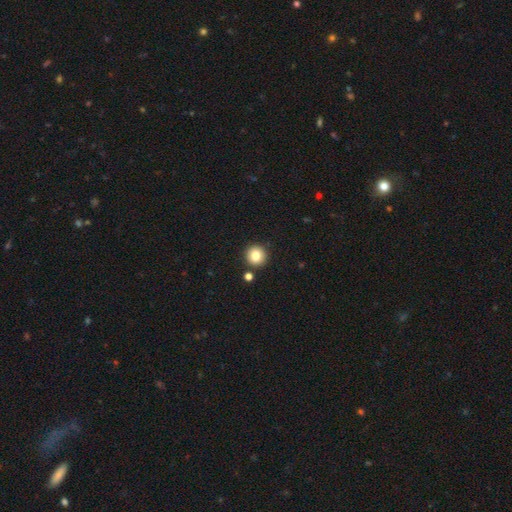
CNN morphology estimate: The model was most divided on "smooth or featured": smooth: 83%, star or artifact: 10%, featured or disk: 7%. More confident: how rounded — round (94%); merging — none (88%).